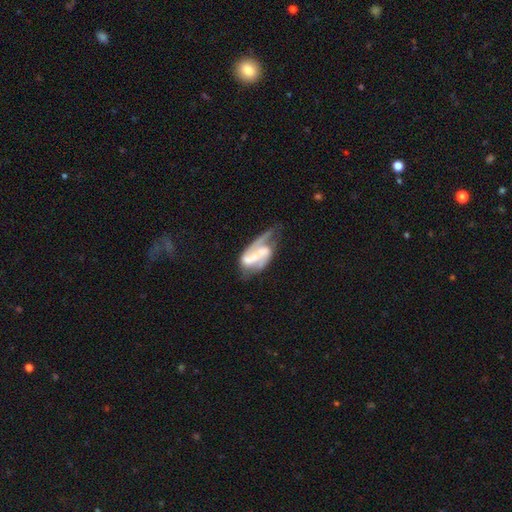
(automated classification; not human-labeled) Morphology: type=featured or disk (80%); edge-on=no (97%); bar=strong (42%); spiral arms=yes (91%); winding=medium (44%); arm count=2 (76%); bulge=none (40%); merging=none (38%).